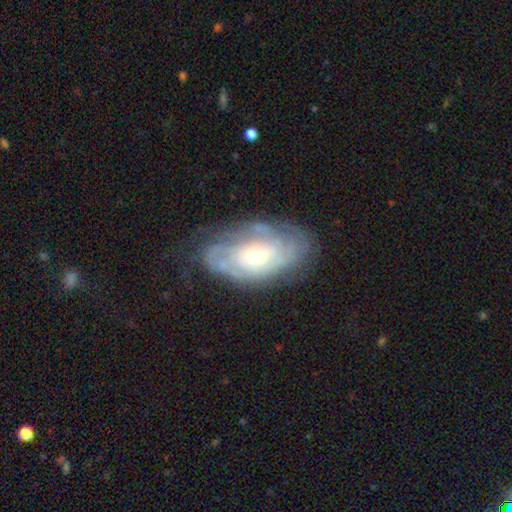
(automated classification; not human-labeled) Morphology: type=featured or disk (76%); edge-on=no (93%); bar=no (65%); spiral arms=yes (82%); winding=tight (68%); arm count=can't tell (59%); bulge=moderate (69%); merging=none (65%).